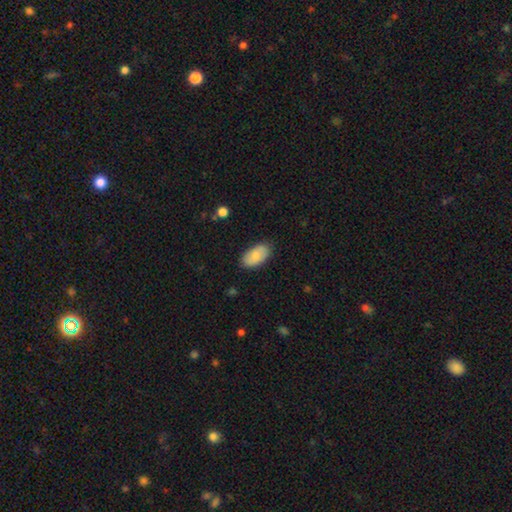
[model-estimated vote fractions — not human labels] Overall: smooth (81%). How rounded: in between (95%). Merging: none (84%).